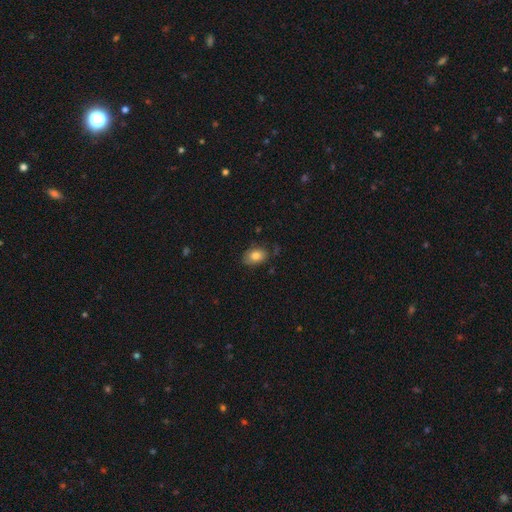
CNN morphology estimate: Smooth or featured? Predicted: smooth (p=0.80). How rounded? Predicted: in between (p=0.83). Merging? Predicted: none (p=0.72).